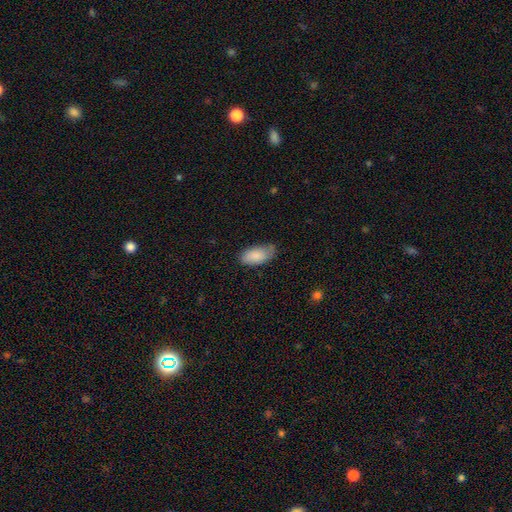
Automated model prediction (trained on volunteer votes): Smooth or featured? Predicted: smooth (p=0.85). How rounded? Predicted: in between (p=0.93). Merging? Predicted: none (p=0.66).